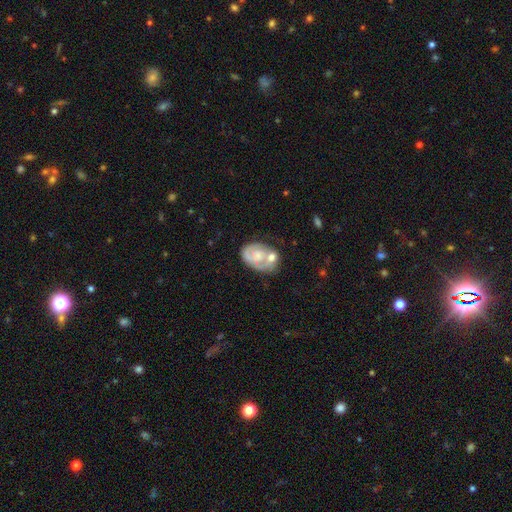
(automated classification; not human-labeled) smooth_or_featured: featured or disk (p=0.55) [alt: smooth p=0.38]
disk_edge_on: no (p=0.97) [alt: yes p=0.03]
bar: no (p=0.82) [alt: weak p=0.15]
has_spiral_arms: yes (p=0.52) [alt: no p=0.48]
bulge_size: small (p=0.34) [alt: moderate p=0.32]
merging: none (p=0.35) [alt: merger p=0.30]